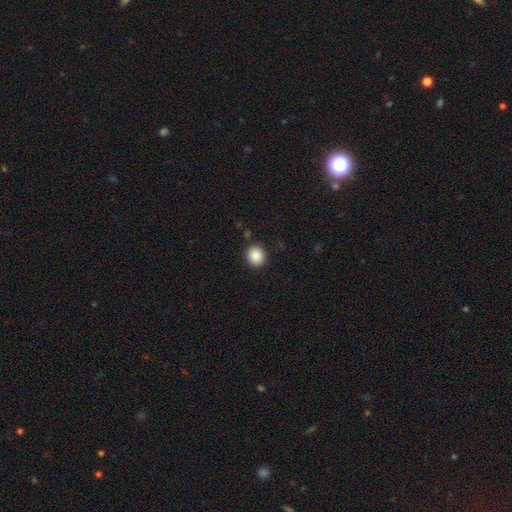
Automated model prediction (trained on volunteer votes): smooth-or-featured: smooth: 88% | star or artifact: 9% | featured or disk: 3%
  how-rounded: round: 76% | in between: 23% | cigar-shaped: 1%
  merging: none: 89% | minor disturbance: 7% | major disturbance: 2% | merger: 1%